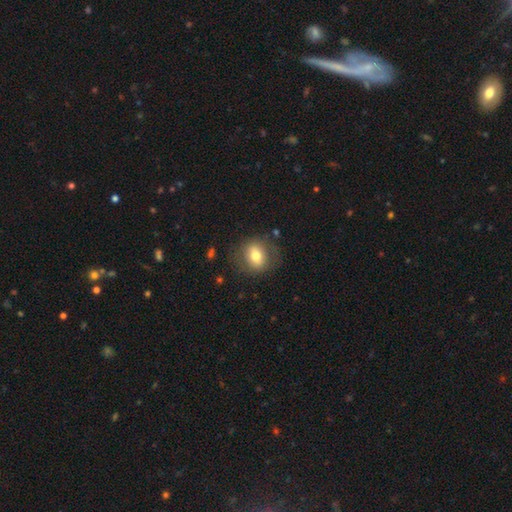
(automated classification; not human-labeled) The model was most divided on "how rounded": round: 53%, in between: 46%, cigar-shaped: 1%. More confident: merging — none (76%); smooth or featured — smooth (69%).